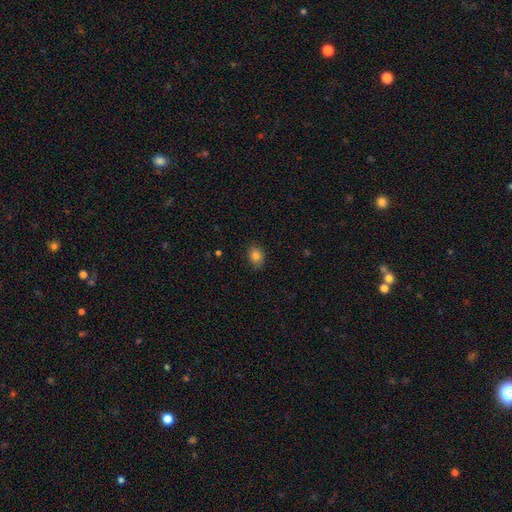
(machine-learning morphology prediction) The model was most divided on "how rounded": in between: 55%, round: 44%, cigar-shaped: 1%. More confident: merging — none (84%); smooth or featured — smooth (83%).